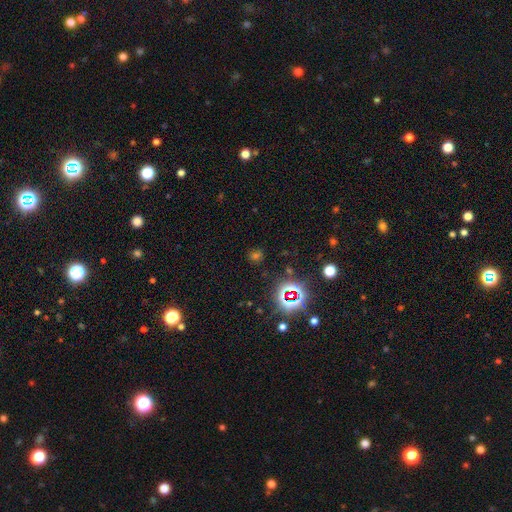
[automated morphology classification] Smooth or featured? star or artifact (56%)